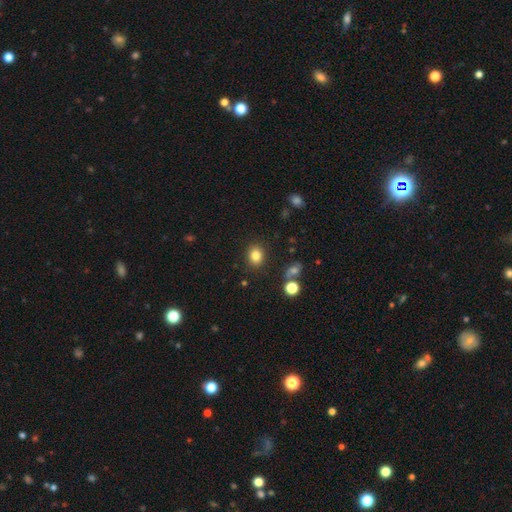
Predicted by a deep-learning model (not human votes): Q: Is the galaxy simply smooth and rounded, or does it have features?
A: smooth — 82%.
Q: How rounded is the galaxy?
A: round — 57%.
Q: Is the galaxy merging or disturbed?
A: none — 87%.